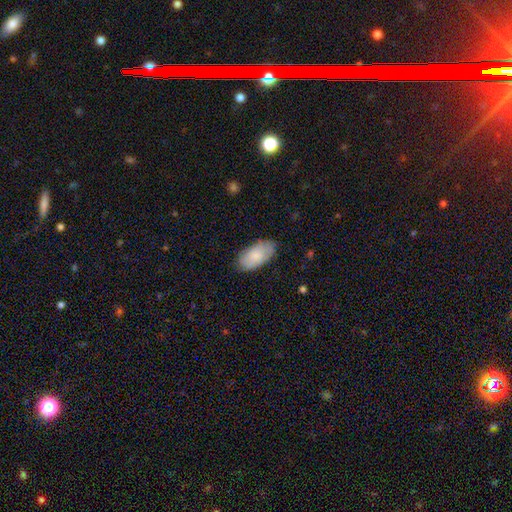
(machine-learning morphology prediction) The model was most divided on "merging": none: 81%, minor disturbance: 15%, major disturbance: 3%, merger: 1%. More confident: how rounded — in between (95%); smooth or featured — smooth (81%).